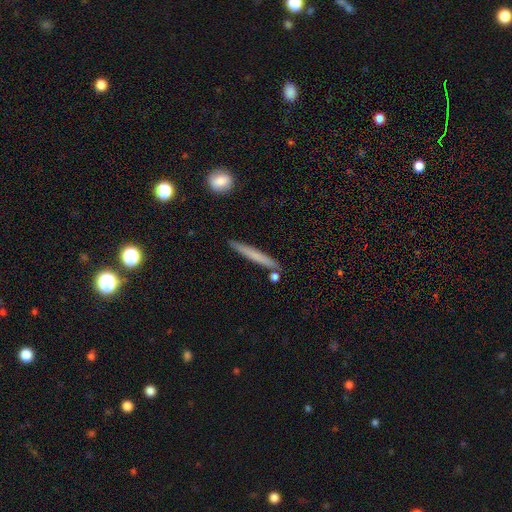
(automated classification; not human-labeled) smooth 63%, featured or disk 31%, star or artifact 6%. Down the decision tree: how rounded — cigar-shaped (96%); merging — none (87%).